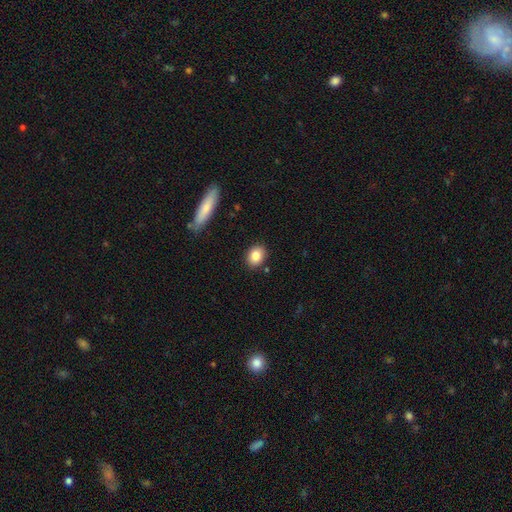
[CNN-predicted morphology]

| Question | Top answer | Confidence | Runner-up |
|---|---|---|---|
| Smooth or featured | smooth | 84% | star or artifact (9%) |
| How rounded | in between | 52% | round (46%) |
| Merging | none | 87% | minor disturbance (8%) |